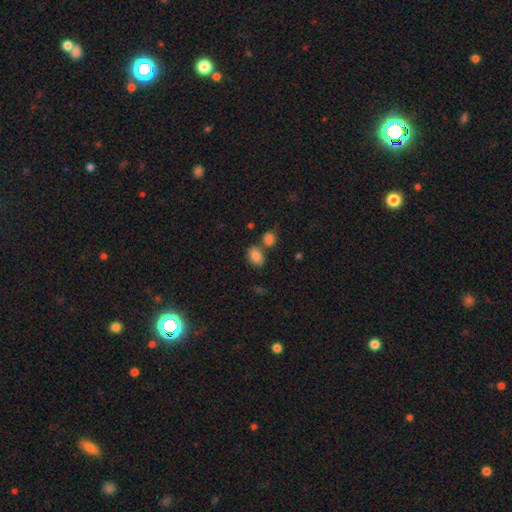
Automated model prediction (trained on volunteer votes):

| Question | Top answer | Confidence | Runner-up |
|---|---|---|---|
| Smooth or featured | smooth | 84% | star or artifact (9%) |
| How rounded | in between | 78% | round (20%) |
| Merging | none | 58% | merger (23%) |